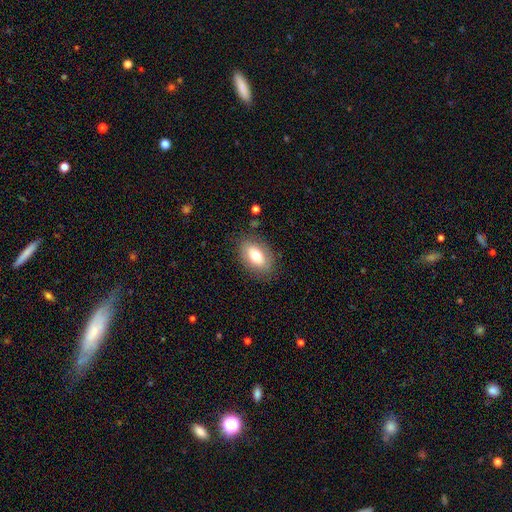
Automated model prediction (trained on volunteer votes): Smooth or featured? smooth (73%)
How rounded? in between (89%)
Merging? none (83%)